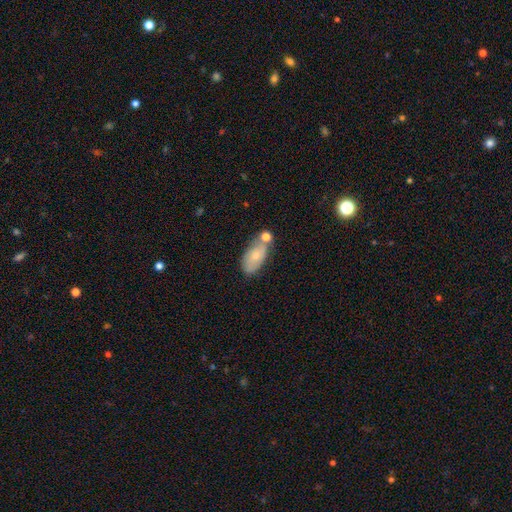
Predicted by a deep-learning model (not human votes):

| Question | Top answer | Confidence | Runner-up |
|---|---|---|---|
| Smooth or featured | smooth | 68% | featured or disk (25%) |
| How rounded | in between | 90% | cigar-shaped (6%) |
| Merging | none | 47% | merger (26%) |